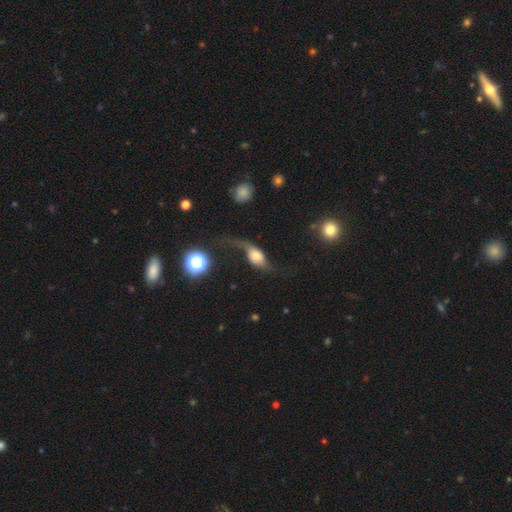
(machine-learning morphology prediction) Smooth or featured: featured or disk — 54% (smooth — 36%)
Edge-on disk: no — 82% (yes — 18%)
Merging: major disturbance — 40% (none — 32%)